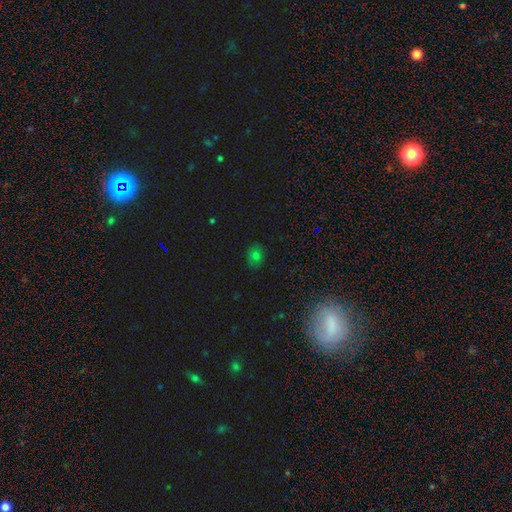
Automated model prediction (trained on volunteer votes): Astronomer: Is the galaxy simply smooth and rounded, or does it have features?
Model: smooth — 72%.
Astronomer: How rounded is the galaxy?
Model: round — 55% (runner-up: in between, 44%).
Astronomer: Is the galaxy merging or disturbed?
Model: none — 82%.